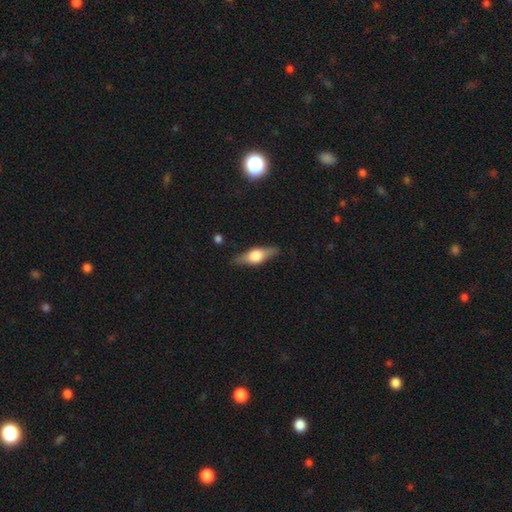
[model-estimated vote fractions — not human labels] Smooth or featured? featured or disk (57%)
Edge-on disk? yes (93%)
Edge-on bulge? rounded (93%)
Merging? none (84%)